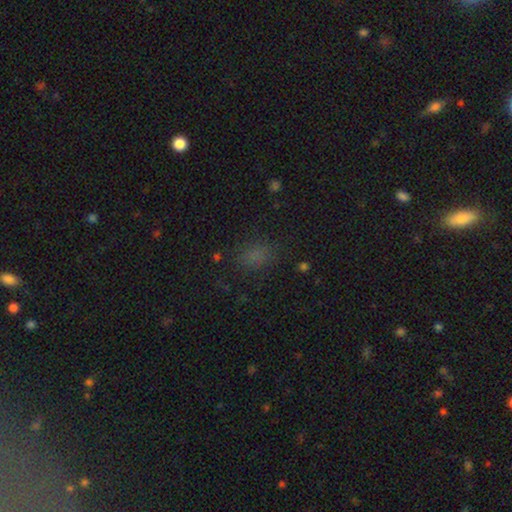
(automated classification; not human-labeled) Smooth or featured?
  - smooth: 74% *
  - star or artifact: 21%
  - featured or disk: 6%
How rounded?
  - in between: 76% *
  - round: 22%
  - cigar-shaped: 3%
Merging?
  - none: 78% *
  - minor disturbance: 15%
  - major disturbance: 6%
  - merger: 2%